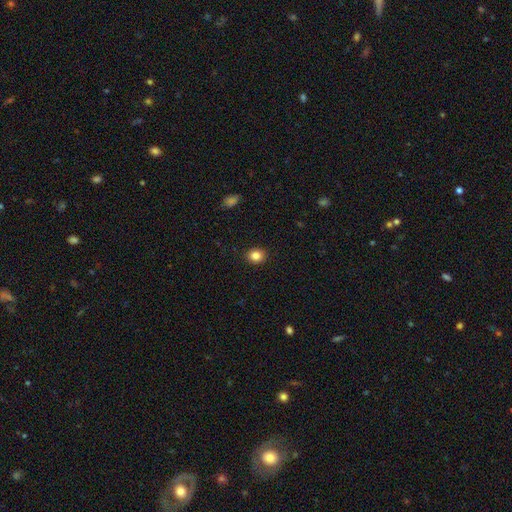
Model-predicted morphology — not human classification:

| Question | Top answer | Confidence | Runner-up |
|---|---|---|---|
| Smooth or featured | smooth | 84% | star or artifact (11%) |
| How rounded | round | 65% | in between (35%) |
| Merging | none | 90% | minor disturbance (7%) |